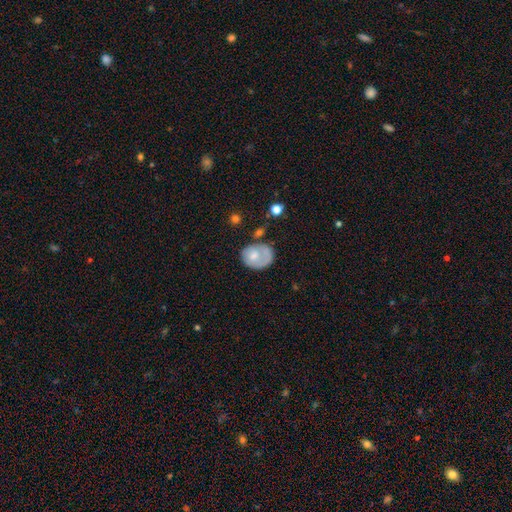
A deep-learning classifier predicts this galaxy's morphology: A smooth galaxy with no disk features (58%) that is in between round and cigar-shaped (51%).

Vote fractions:
- Smooth or featured? smooth: 58% / featured or disk: 35% / star or artifact: 7%
- How rounded? in between: 51% / round: 48% / cigar-shaped: 1%
- Merging? none: 43% / minor disturbance: 28% / major disturbance: 21% / merger: 8%